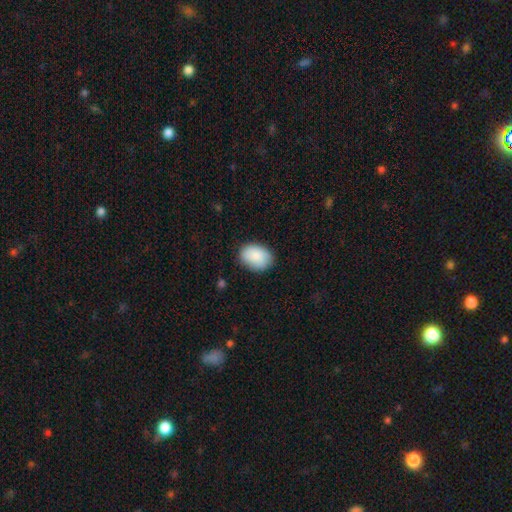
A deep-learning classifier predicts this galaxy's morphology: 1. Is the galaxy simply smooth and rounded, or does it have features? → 88% smooth, 6% star or artifact, 6% featured or disk.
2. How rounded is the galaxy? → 78% in between, 21% round, 1% cigar-shaped.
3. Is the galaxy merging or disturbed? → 83% none, 13% minor disturbance, 3% major disturbance, 1% merger.